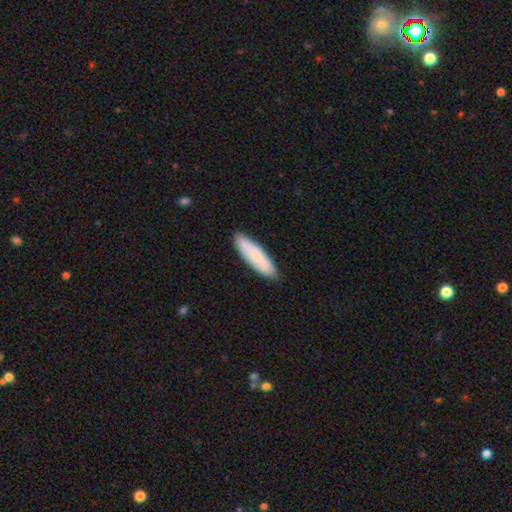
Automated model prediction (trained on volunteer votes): Morphology: type=smooth (70%); roundness=cigar-shaped (59%); merging=none (86%).